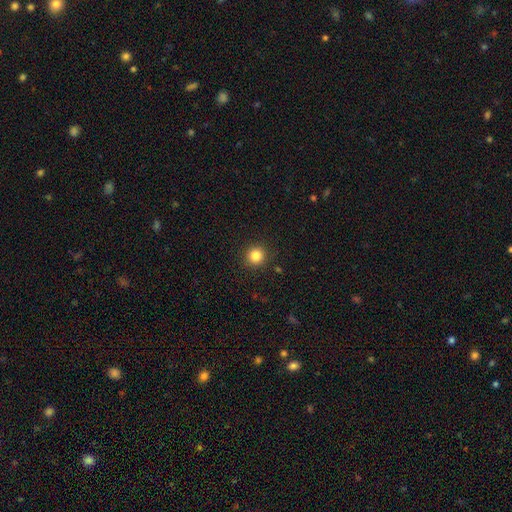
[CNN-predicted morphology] Overall: smooth (84%). How rounded: round (94%). Merging: none (92%).